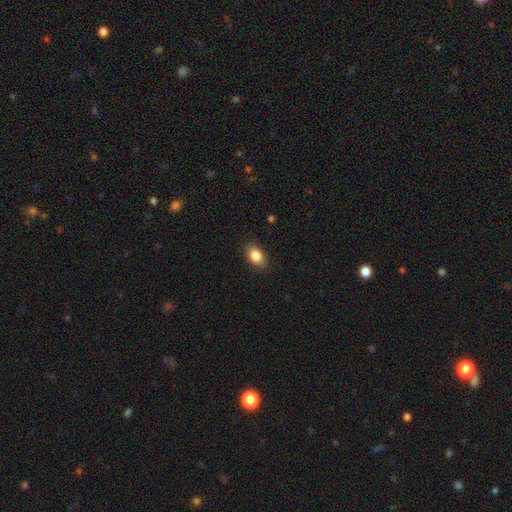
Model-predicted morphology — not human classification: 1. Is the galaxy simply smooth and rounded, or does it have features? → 85% smooth, 8% star or artifact, 7% featured or disk.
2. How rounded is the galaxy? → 87% in between, 11% round, 2% cigar-shaped.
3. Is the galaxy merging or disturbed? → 88% none, 9% minor disturbance, 2% major disturbance, 1% merger.